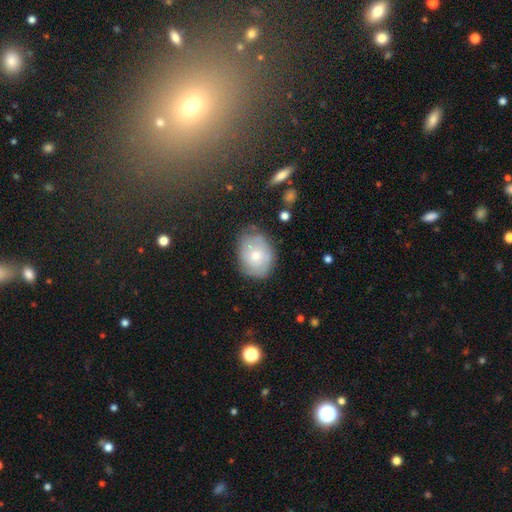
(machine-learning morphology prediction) A smooth galaxy with no disk features (54%) that is in between round and cigar-shaped (53%). Merging: none (63%).